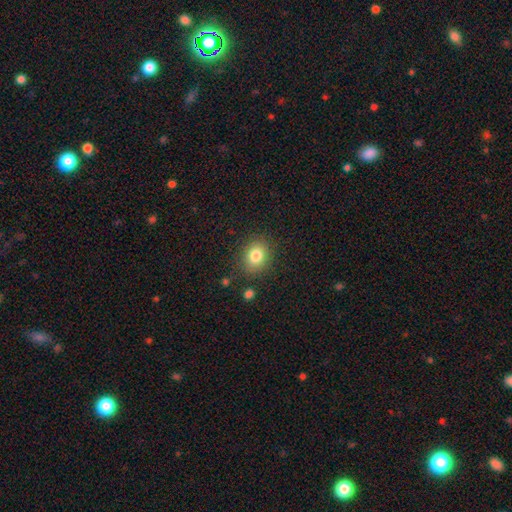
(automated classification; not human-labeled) Overall: smooth (82%). How rounded: round (55%; in between 44%). Merging: none (85%).